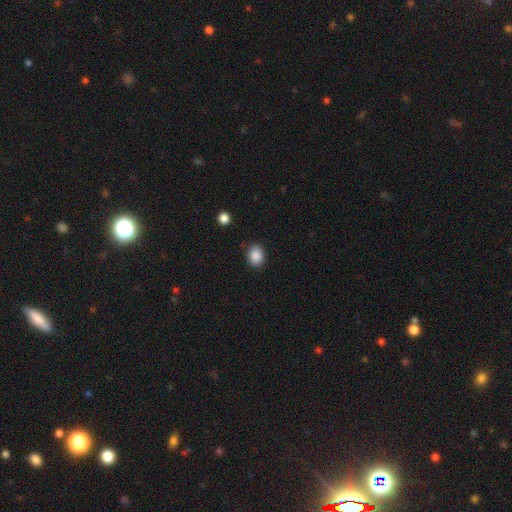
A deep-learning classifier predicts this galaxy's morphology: smooth_or_featured: smooth (p=0.88) [alt: star or artifact p=0.09]
how_rounded: round (p=0.51) [alt: in between p=0.48]
merging: none (p=0.85) [alt: minor disturbance p=0.11]